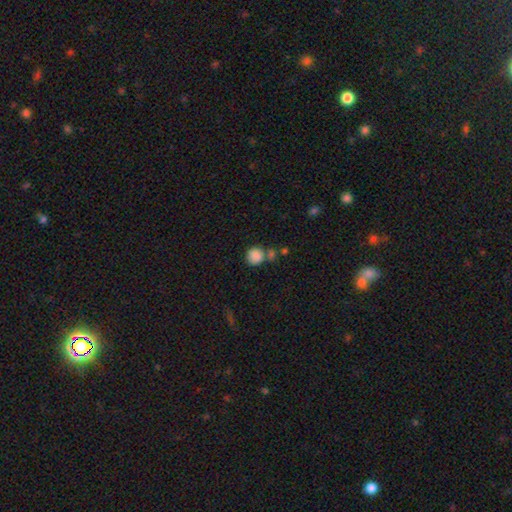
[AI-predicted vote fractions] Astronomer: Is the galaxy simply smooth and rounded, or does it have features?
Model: smooth — 86%.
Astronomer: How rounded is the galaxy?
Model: round — 86%.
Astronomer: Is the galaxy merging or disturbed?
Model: none — 57%.